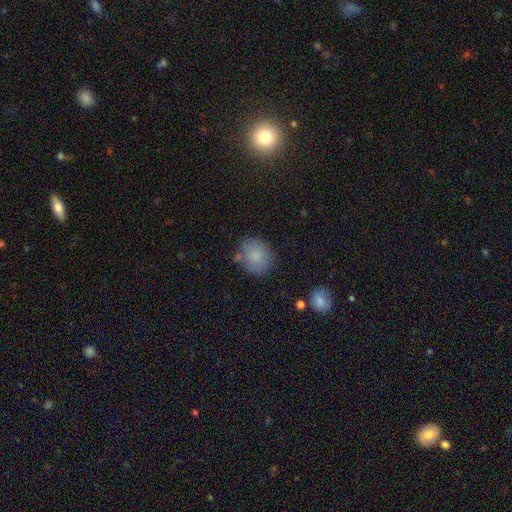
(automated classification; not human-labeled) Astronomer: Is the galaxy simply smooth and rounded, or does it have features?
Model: smooth — 82%.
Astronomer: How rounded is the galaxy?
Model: round — 61% (runner-up: in between, 38%).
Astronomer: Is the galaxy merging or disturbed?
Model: none — 70%.